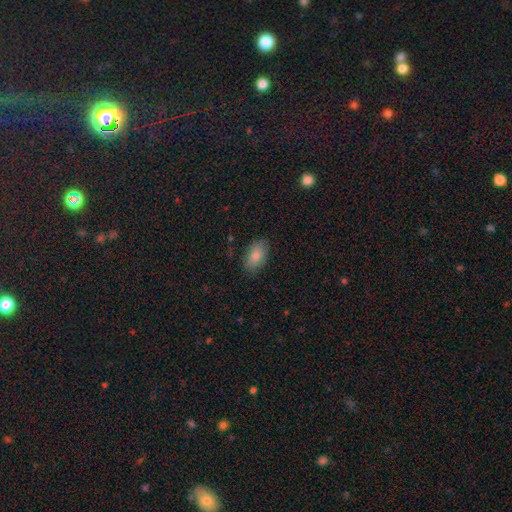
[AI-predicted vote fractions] A smooth galaxy with no disk features (84%) that is in between round and cigar-shaped (91%).

Vote fractions:
- Smooth or featured? smooth: 84% / featured or disk: 8% / star or artifact: 7%
- How rounded? in between: 91% / round: 7% / cigar-shaped: 2%
- Merging? none: 83% / minor disturbance: 13% / major disturbance: 3% / merger: 1%